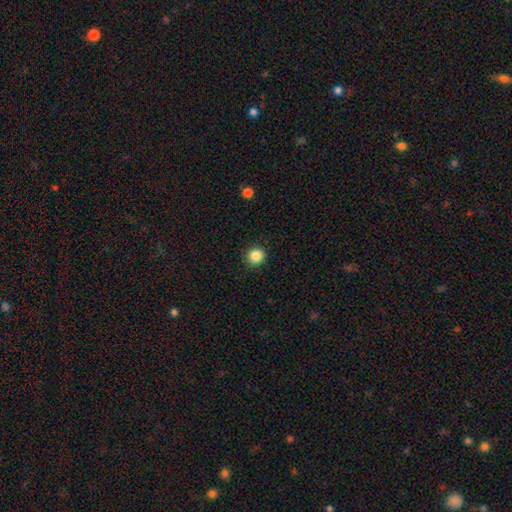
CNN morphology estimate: Q: Smooth or featured?
A: smooth (86%); runner-up: star or artifact (10%)
Q: How rounded?
A: round (94%); runner-up: in between (5%)
Q: Merging?
A: none (91%); runner-up: minor disturbance (6%)